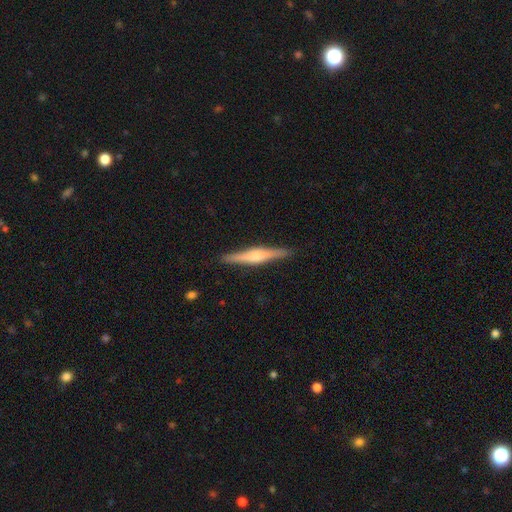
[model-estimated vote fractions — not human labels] Smooth or featured? featured or disk (70%)
Edge-on disk? yes (98%)
Edge-on bulge? rounded (85%)
Merging? none (90%)